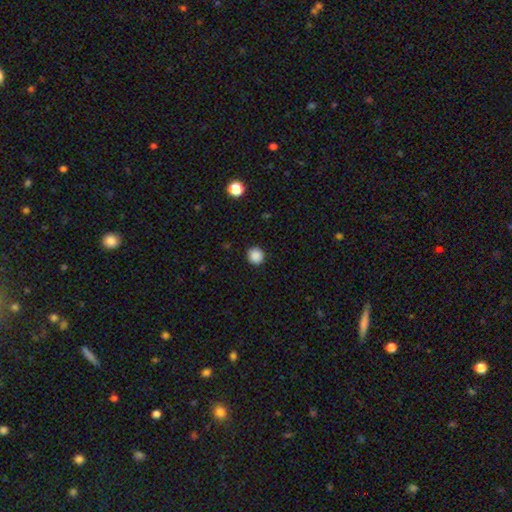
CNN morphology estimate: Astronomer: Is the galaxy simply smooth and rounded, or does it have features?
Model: smooth — 88%.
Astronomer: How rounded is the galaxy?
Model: round — 92%.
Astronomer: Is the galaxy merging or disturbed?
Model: none — 92%.